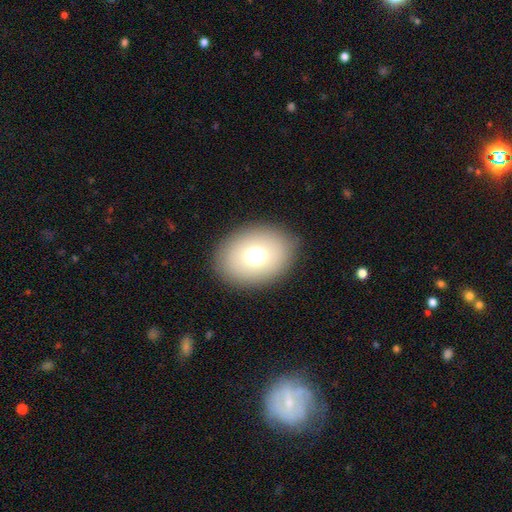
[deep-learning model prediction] A smooth galaxy with no disk features (69%) that is in between round and cigar-shaped (62%). Merging: none (86%).